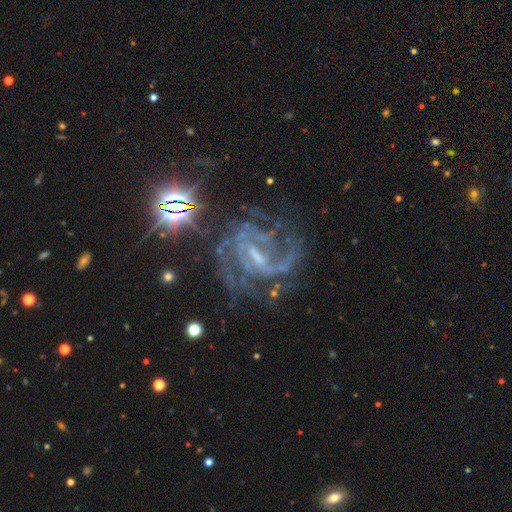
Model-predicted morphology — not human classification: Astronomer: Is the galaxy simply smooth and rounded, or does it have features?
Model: featured or disk — 81%.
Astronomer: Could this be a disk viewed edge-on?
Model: no — 97%.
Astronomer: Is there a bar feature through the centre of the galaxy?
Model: weak — 45% (runner-up: strong, 40%).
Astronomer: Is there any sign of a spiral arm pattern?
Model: yes — 95%.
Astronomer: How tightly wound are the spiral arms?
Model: medium — 50% (runner-up: tight, 35%).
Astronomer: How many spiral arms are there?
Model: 2 — 37% (runner-up: can't tell, 23%).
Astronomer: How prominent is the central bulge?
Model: small — 55%.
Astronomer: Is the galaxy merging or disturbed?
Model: none — 59%.